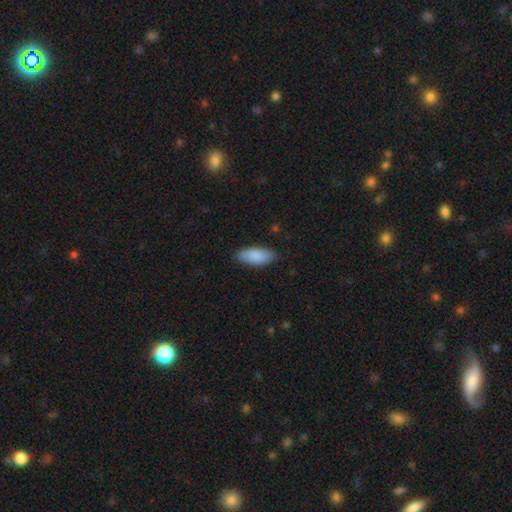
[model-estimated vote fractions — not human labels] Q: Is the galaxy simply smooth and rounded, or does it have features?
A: smooth — 88%.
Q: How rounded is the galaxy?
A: in between — 85%.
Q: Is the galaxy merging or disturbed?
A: none — 86%.